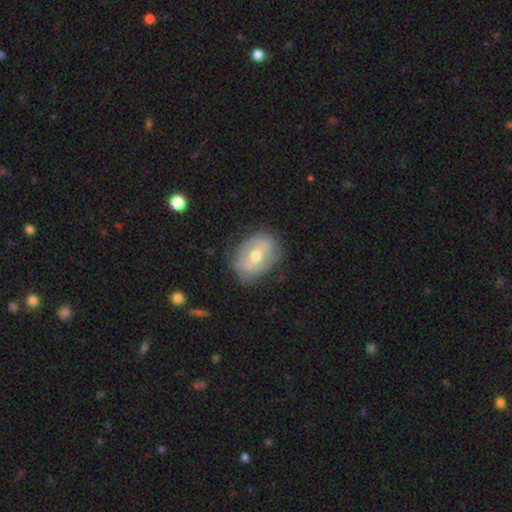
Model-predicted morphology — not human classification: The model was most divided on "bar": weak: 42%, no: 30%, strong: 27%. More confident: edge-on disk — no (93%); merging — none (71%); bulge size — moderate (71%); spiral arms — no (58%); smooth or featured — featured or disk (55%).